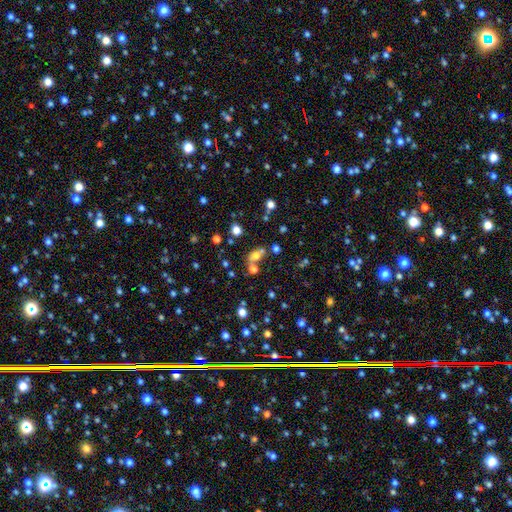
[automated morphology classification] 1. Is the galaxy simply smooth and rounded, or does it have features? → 64% smooth, 21% star or artifact, 16% featured or disk.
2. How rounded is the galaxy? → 64% in between, 31% round, 5% cigar-shaped.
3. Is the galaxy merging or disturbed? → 41% merger, 40% none, 12% minor disturbance, 7% major disturbance.